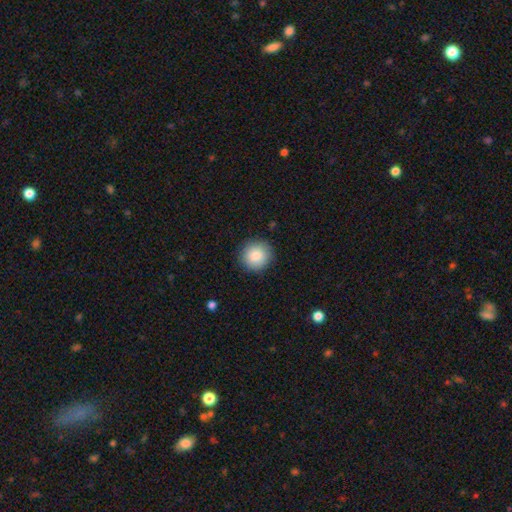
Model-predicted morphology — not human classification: Smooth or featured? smooth (87%)
How rounded? round (92%)
Merging? none (88%)